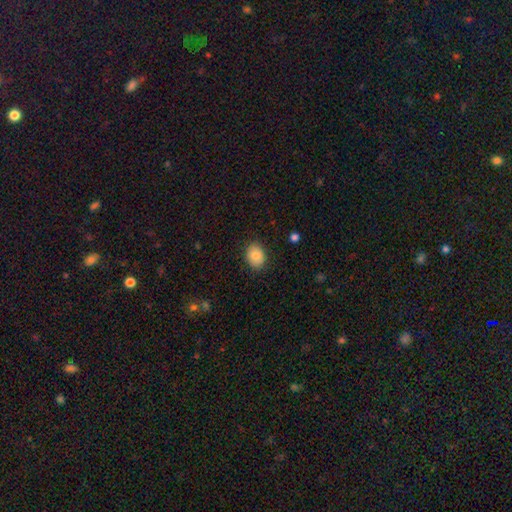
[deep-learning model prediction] This appears to be a smooth galaxy with no disk features (86%) that is in between round and cigar-shaped (58%). Merging: none (86%).